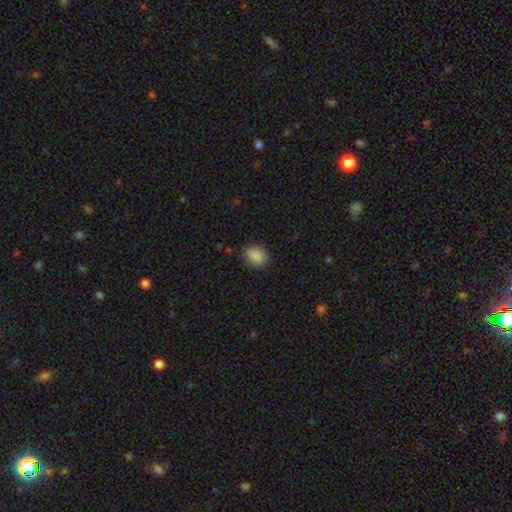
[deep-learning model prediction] smooth_or_featured: smooth (p=0.86) [alt: star or artifact p=0.09]
how_rounded: round (p=0.56) [alt: in between p=0.43]
merging: none (p=0.80) [alt: minor disturbance p=0.15]